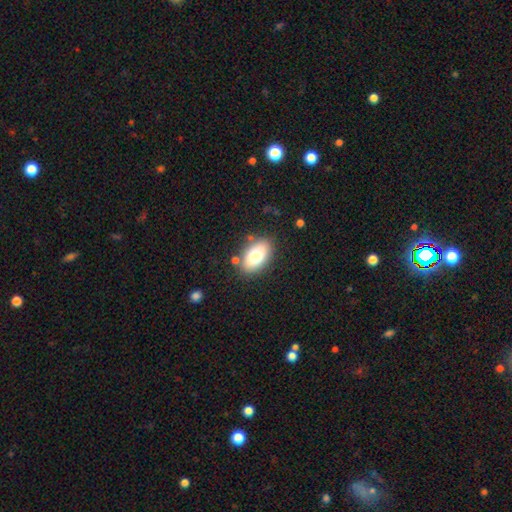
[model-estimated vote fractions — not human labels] Smooth or featured? Predicted: smooth (p=0.75). How rounded? Predicted: in between (p=0.90). Merging? Predicted: none (p=0.81).